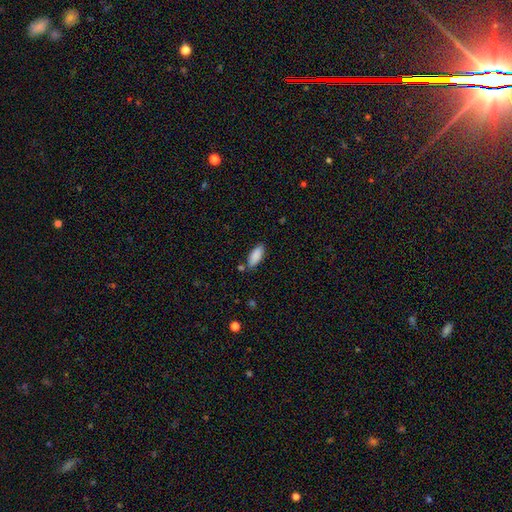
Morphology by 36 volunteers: Overall: smooth (97%). How rounded: in between (91%). Merging: none (71%).